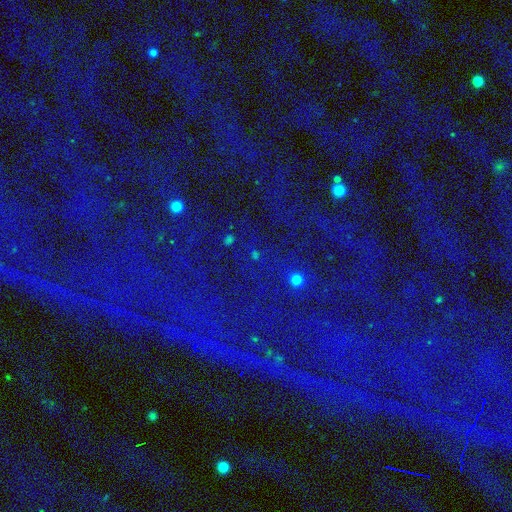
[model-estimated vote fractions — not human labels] Smooth or featured?
  - star or artifact: 75% *
  - smooth: 17%
  - featured or disk: 8%